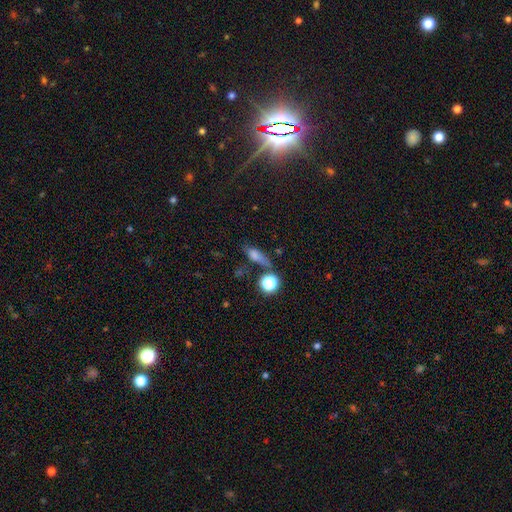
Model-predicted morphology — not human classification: Q: Smooth or featured?
A: smooth (66%); runner-up: star or artifact (17%)
Q: How rounded?
A: in between (49%); runner-up: cigar-shaped (34%)
Q: Merging?
A: none (48%); runner-up: minor disturbance (23%)